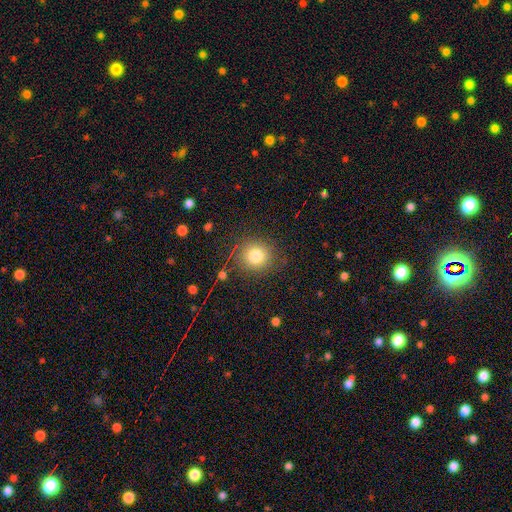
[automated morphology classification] smooth 80%, star or artifact 12%, featured or disk 8%. Down the decision tree: how rounded — round (88%); merging — none (86%).